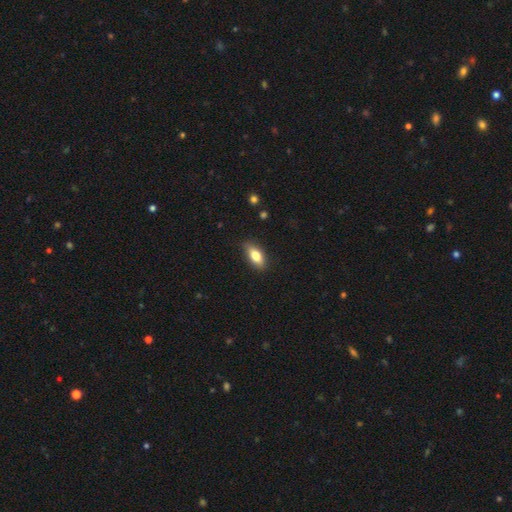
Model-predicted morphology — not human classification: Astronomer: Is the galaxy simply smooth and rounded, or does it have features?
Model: smooth — 77%.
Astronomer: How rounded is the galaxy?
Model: in between — 85%.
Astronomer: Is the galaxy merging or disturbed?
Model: none — 83%.